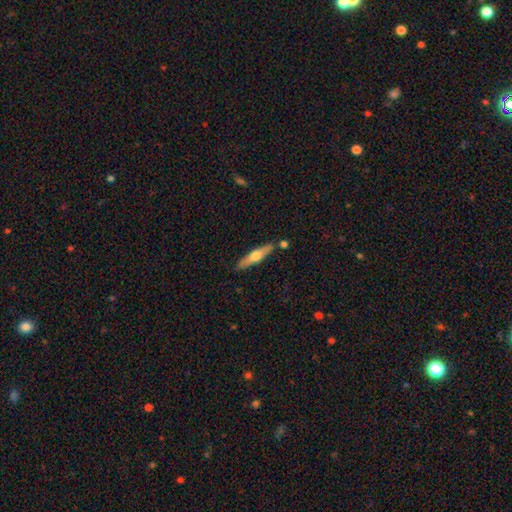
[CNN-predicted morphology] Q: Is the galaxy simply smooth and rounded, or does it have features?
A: featured or disk — 52%.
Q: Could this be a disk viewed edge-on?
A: yes — 94%.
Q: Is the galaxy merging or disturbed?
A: none — 82%.